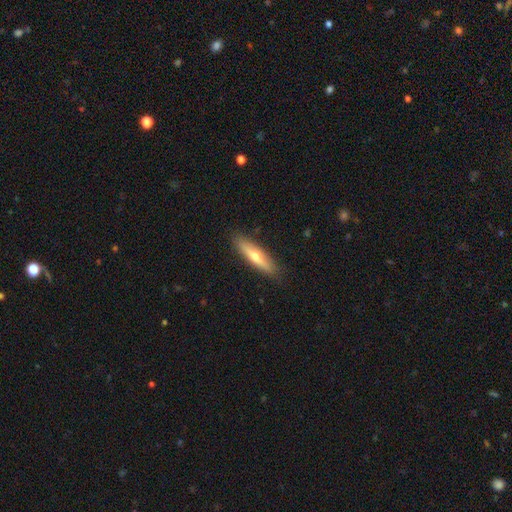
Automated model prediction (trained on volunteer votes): Smooth or featured?
  - smooth: 48% *
  - featured or disk: 46%
  - star or artifact: 6%
Merging?
  - none: 88% *
  - minor disturbance: 9%
  - major disturbance: 2%
  - merger: 1%